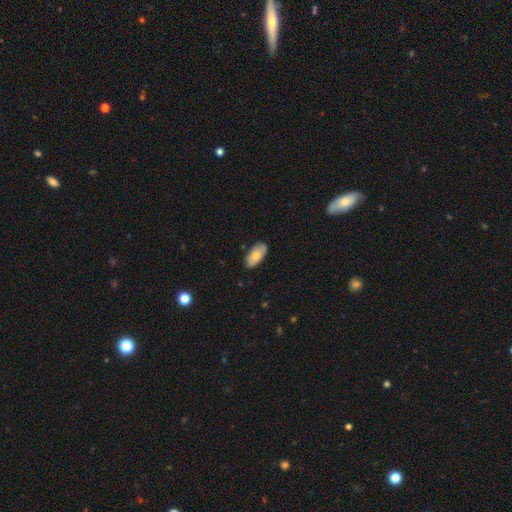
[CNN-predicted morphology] Overall: smooth (77%). How rounded: in between (93%). Merging: none (83%).